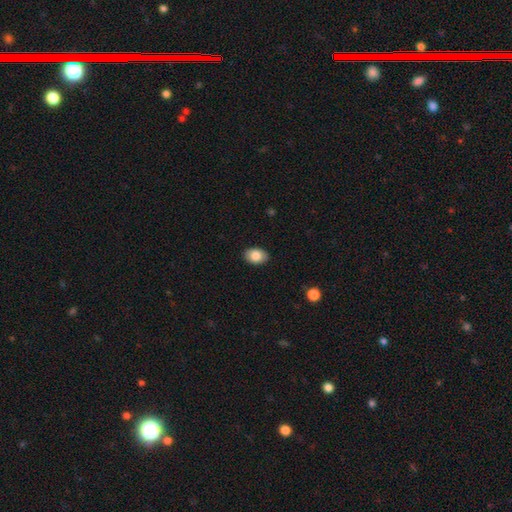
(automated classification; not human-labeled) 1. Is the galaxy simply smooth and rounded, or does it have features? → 84% smooth, 9% featured or disk, 7% star or artifact.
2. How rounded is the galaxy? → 85% in between, 13% round, 1% cigar-shaped.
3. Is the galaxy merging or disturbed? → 89% none, 8% minor disturbance, 2% major disturbance, 1% merger.